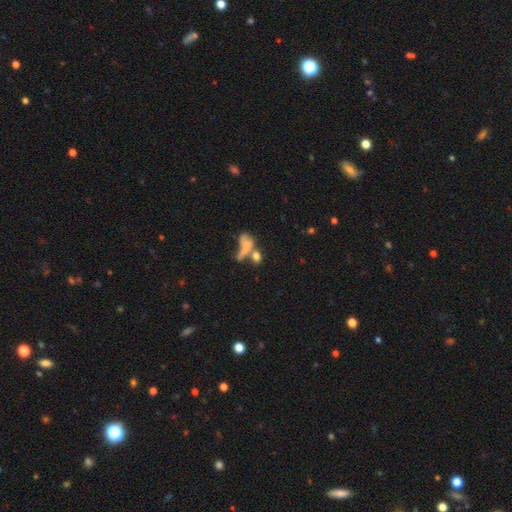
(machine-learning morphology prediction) A smooth galaxy with no disk features (63%) that is in between round and cigar-shaped (57%). Merging: merger (48%).